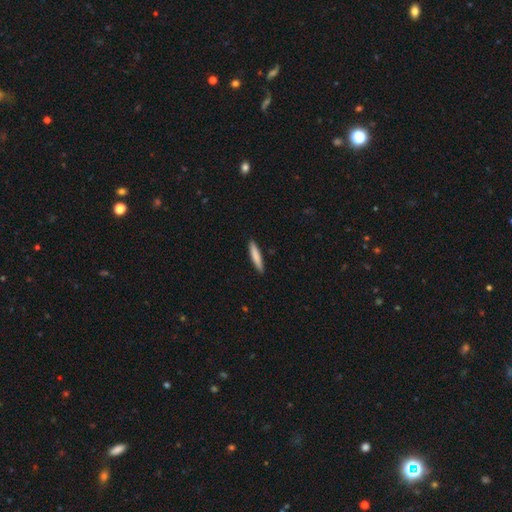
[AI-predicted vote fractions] smooth-or-featured: smooth: 83% | featured or disk: 12% | star or artifact: 6%
  how-rounded: cigar-shaped: 89% | in between: 10% | round: 1%
  merging: none: 89% | minor disturbance: 8% | major disturbance: 2% | merger: 1%